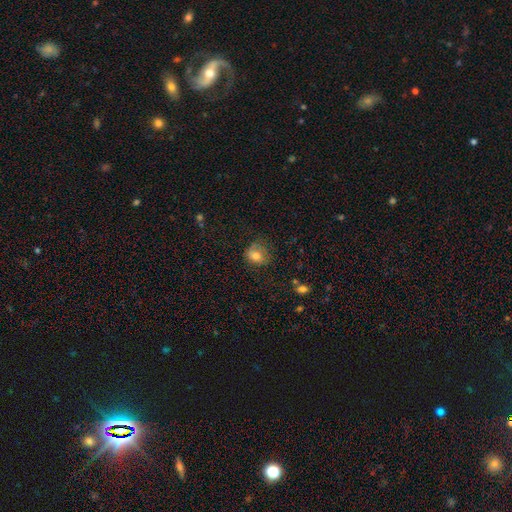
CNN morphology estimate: The model was most divided on "merging": none: 51%, minor disturbance: 30%, major disturbance: 17%, merger: 3%. More confident: smooth or featured — smooth (76%); how rounded — round (63%).